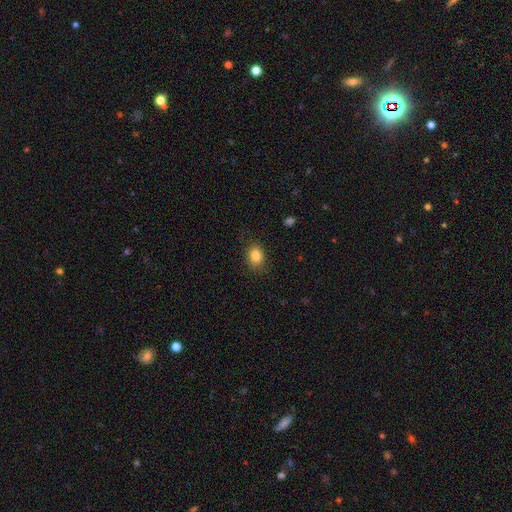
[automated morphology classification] Smooth or featured? smooth (84%)
How rounded? in between (55%)
Merging? none (84%)